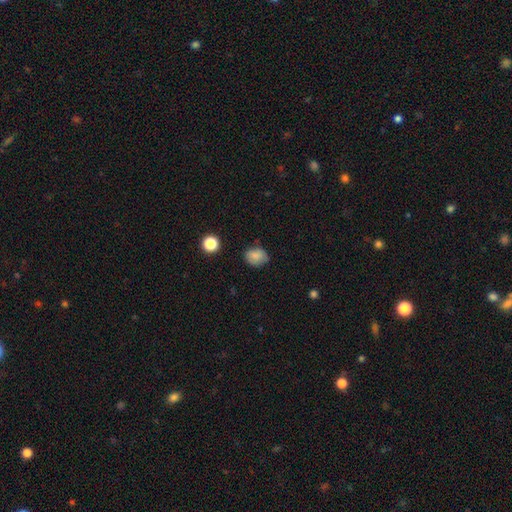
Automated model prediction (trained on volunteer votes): A smooth galaxy with no disk features (81%) that is in between round and cigar-shaped (55%).

Vote fractions:
- Smooth or featured? smooth: 81% / star or artifact: 10% / featured or disk: 9%
- How rounded? in between: 55% / round: 44% / cigar-shaped: 1%
- Merging? none: 69% / minor disturbance: 24% / major disturbance: 5% / merger: 2%